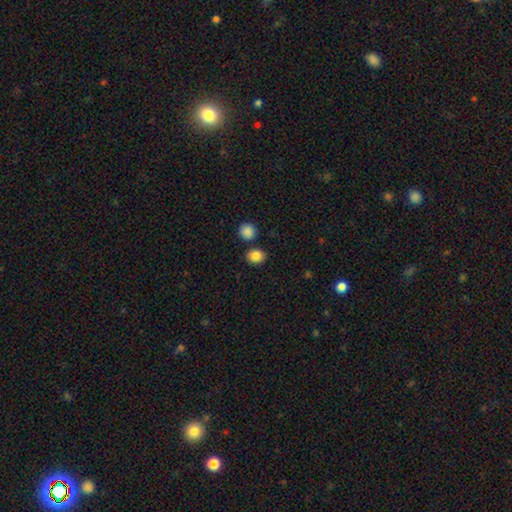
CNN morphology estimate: Smooth or featured? Predicted: smooth (p=0.86). How rounded? Predicted: round (p=0.60). Merging? Predicted: none (p=0.82).